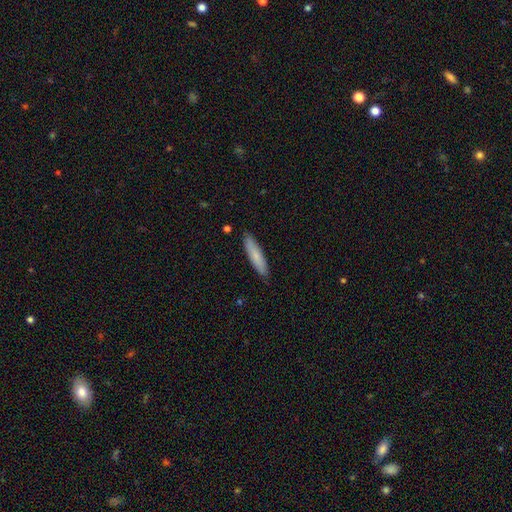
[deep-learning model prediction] The model was most divided on "smooth or featured": smooth: 79%, featured or disk: 15%, star or artifact: 6%. More confident: merging — none (87%); how rounded — cigar-shaped (84%).